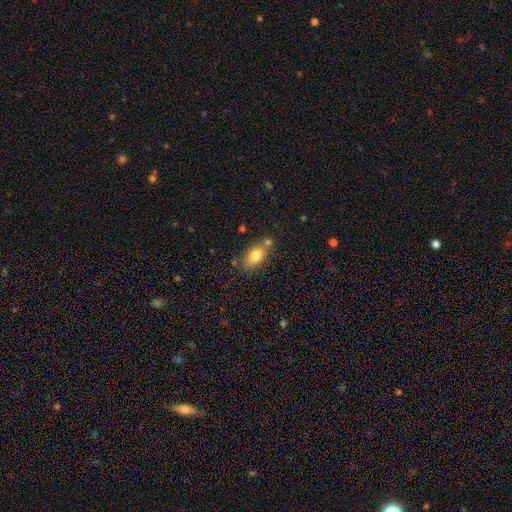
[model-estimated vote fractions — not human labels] This appears to be a smooth galaxy with no disk features (79%) that is in between round and cigar-shaped (86%). Merging: none (68%).